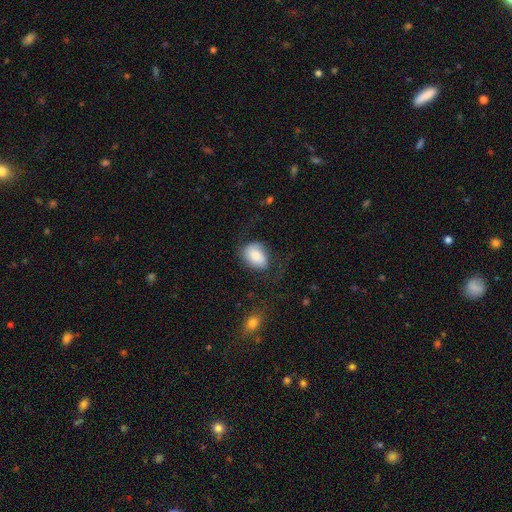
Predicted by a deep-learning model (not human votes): A smooth galaxy with no disk features (72%) that is in between round and cigar-shaped (80%).

Vote fractions:
- Smooth or featured? smooth: 72% / featured or disk: 21% / star or artifact: 7%
- How rounded? in between: 80% / round: 18% / cigar-shaped: 1%
- Merging? none: 51% / minor disturbance: 24% / major disturbance: 23% / merger: 2%